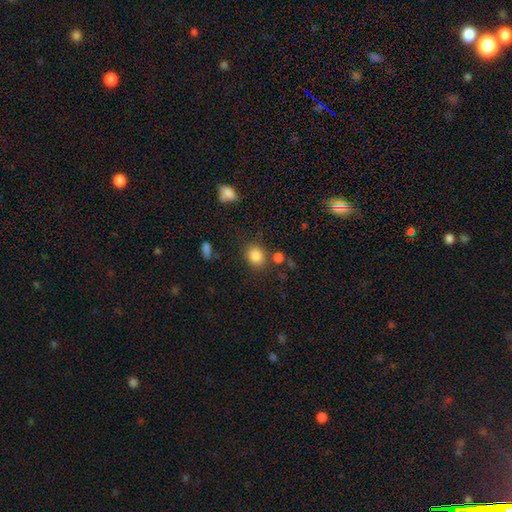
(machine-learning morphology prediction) A smooth galaxy with no disk features (85%) that is round (59%). Merging: none (75%).